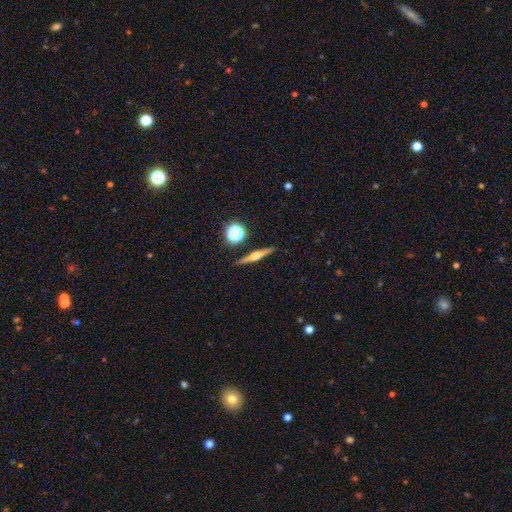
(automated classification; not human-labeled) Q: Smooth or featured?
A: featured or disk (65%); runner-up: smooth (26%)
Q: Edge-on disk?
A: yes (97%); runner-up: no (3%)
Q: Edge-on bulge?
A: rounded (87%); runner-up: boxy (8%)
Q: Merging?
A: none (89%); runner-up: minor disturbance (7%)